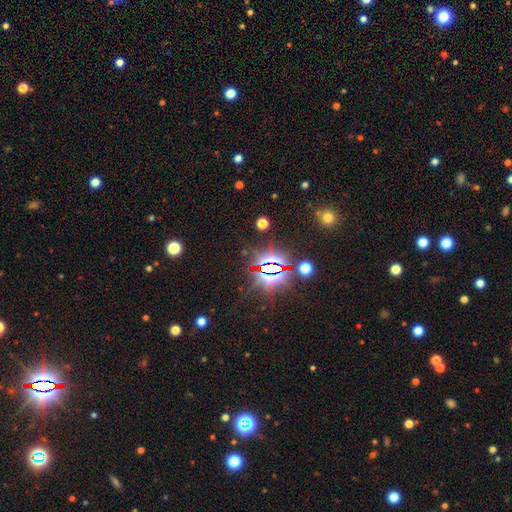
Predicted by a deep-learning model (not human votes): A star or artifact, not a galaxy (83%).

Vote fractions:
- Smooth or featured? star or artifact: 83% / smooth: 10% / featured or disk: 7%